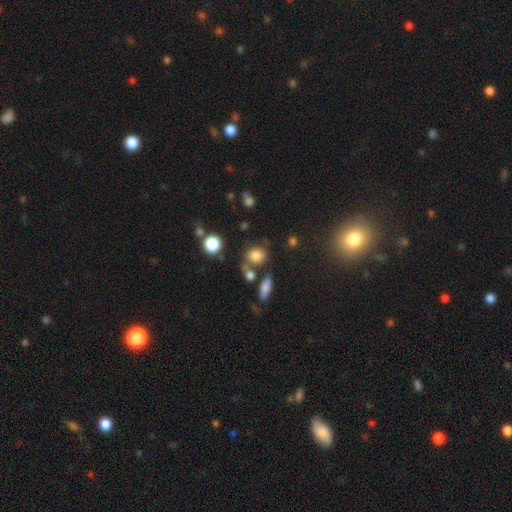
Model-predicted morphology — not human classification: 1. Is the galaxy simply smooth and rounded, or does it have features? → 79% smooth, 13% star or artifact, 8% featured or disk.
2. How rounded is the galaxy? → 69% round, 29% in between, 2% cigar-shaped.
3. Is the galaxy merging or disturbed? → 61% none, 17% merger, 15% minor disturbance, 7% major disturbance.